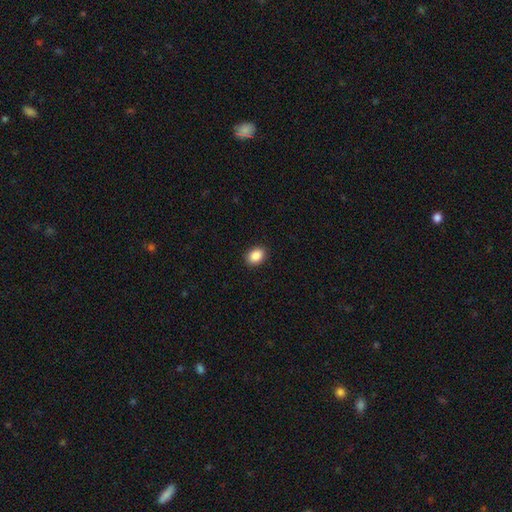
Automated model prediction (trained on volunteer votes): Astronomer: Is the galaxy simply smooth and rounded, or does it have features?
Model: smooth — 89%.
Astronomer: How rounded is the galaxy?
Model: in between — 75%.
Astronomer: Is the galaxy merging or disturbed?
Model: none — 90%.